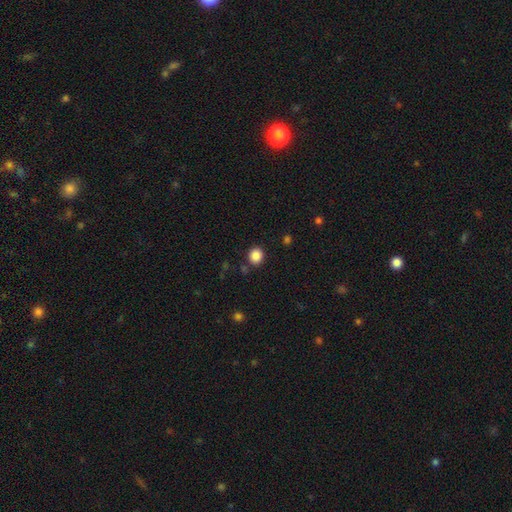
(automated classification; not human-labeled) This appears to be a smooth galaxy with no disk features (87%) that is round (82%). Merging: none (87%).